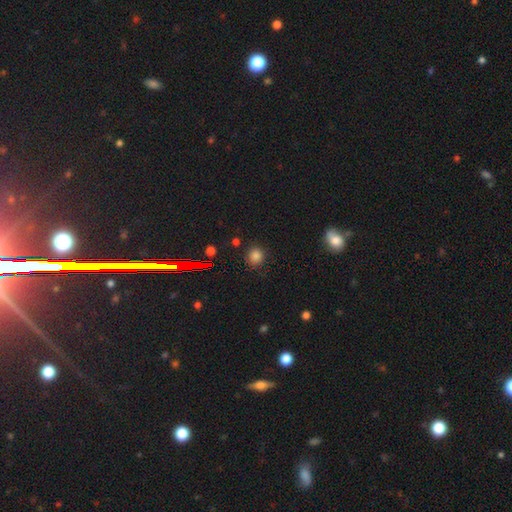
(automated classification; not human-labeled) This appears to be a smooth galaxy with no disk features (78%) that is round (87%). Merging: none (86%).